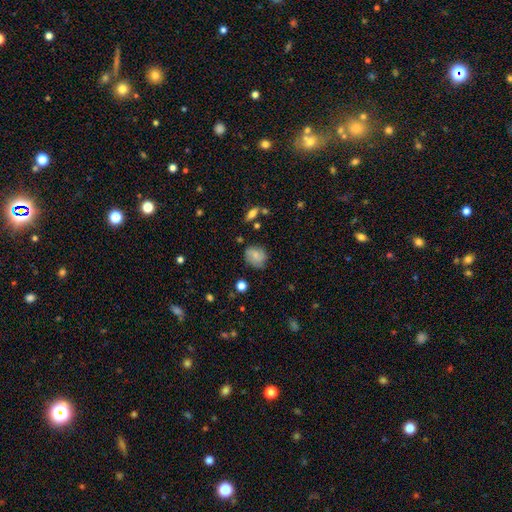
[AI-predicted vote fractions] Smooth or featured? Predicted: smooth (p=0.63). How rounded? Predicted: round (p=0.59). Merging? Predicted: none (p=0.70).